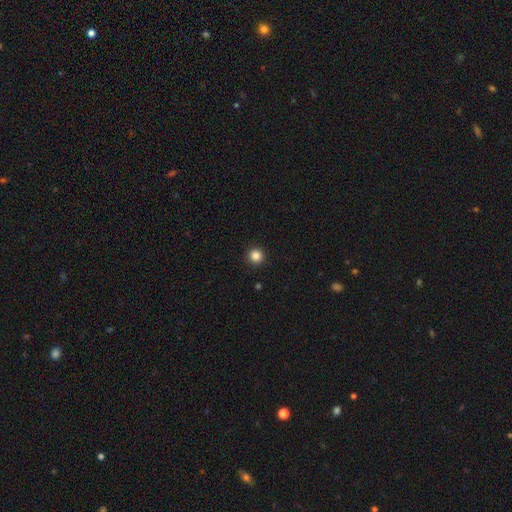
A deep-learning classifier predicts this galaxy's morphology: Q: Smooth or featured?
A: smooth (85%); runner-up: star or artifact (12%)
Q: How rounded?
A: round (96%); runner-up: in between (3%)
Q: Merging?
A: none (93%); runner-up: minor disturbance (4%)